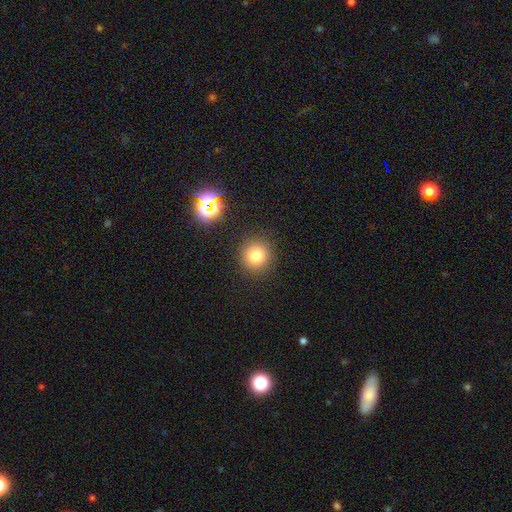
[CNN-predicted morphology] This appears to be a smooth galaxy with no disk features (78%) that is round (92%). Merging: none (88%).